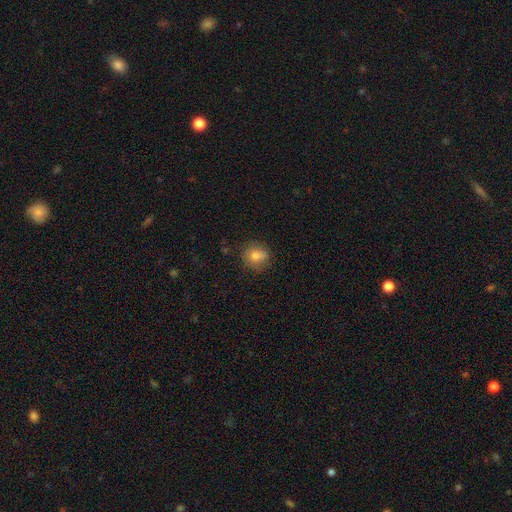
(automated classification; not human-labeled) This appears to be a smooth galaxy with no disk features (75%) that is round (84%). Merging: none (76%).